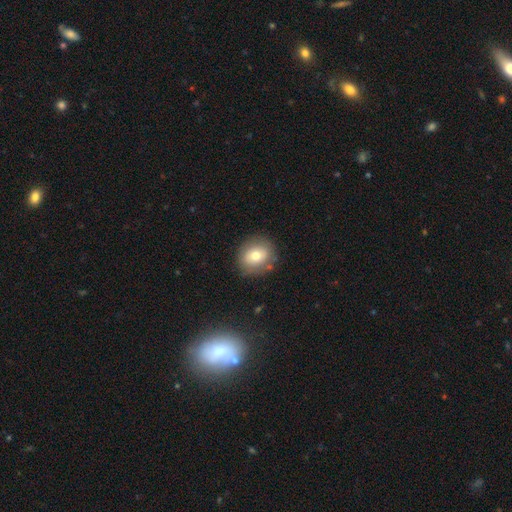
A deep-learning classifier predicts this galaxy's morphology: smooth-or-featured: smooth: 73% | featured or disk: 17% | star or artifact: 10%
  how-rounded: round: 73% | in between: 26% | cigar-shaped: 1%
  merging: none: 82% | minor disturbance: 12% | major disturbance: 4% | merger: 2%